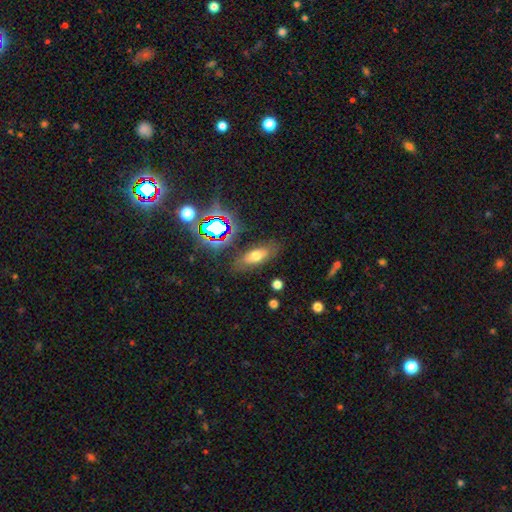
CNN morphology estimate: This appears to be a smooth galaxy with no disk features (57%) that is in between round and cigar-shaped (75%). Merging: none (79%).